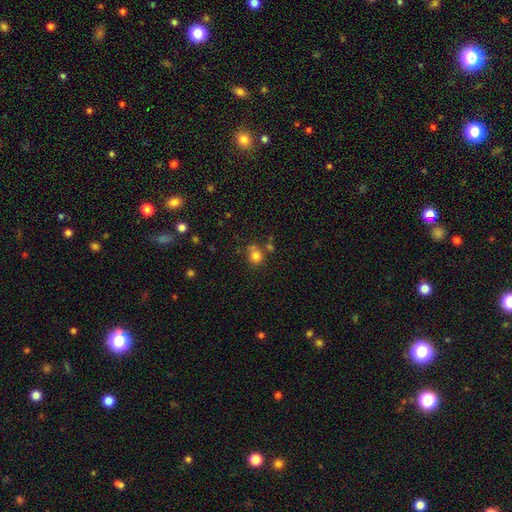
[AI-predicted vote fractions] The model was most divided on "merging": none: 57%, minor disturbance: 18%, merger: 18%, major disturbance: 7%. More confident: smooth or featured — smooth (79%); how rounded — round (76%).